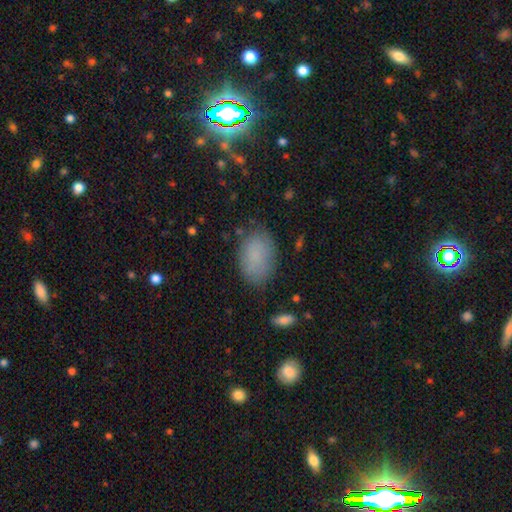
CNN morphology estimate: This is clearly a smooth galaxy (82%). How rounded: clearly in between (90%). Merging: likely none (78%).